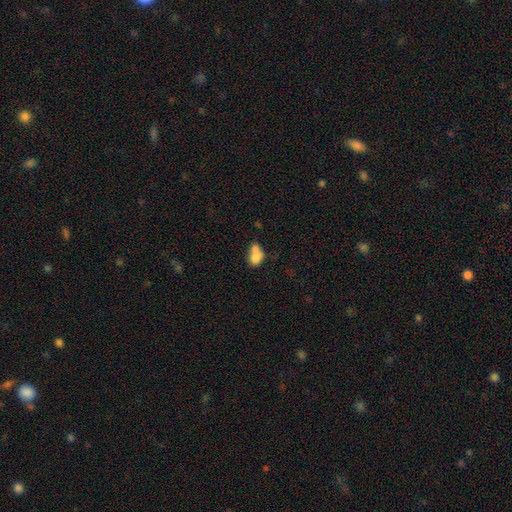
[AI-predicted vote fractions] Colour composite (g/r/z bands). It shows a smooth galaxy with no disk features (70%) that is in between round and cigar-shaped (61%). Merging: merger (60%).